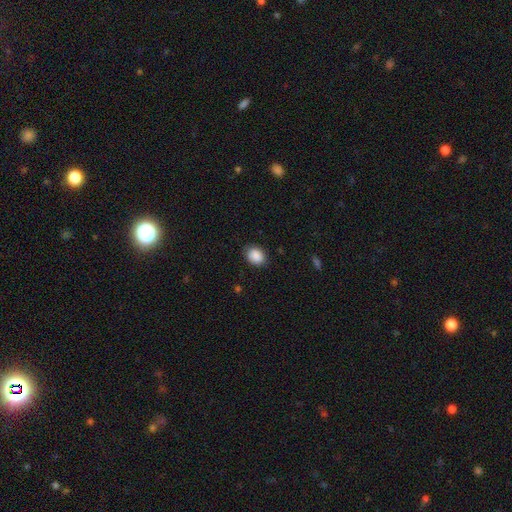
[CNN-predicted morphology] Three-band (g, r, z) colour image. It shows a smooth galaxy with no disk features (89%) that is in between round and cigar-shaped (57%). Merging: none (84%).